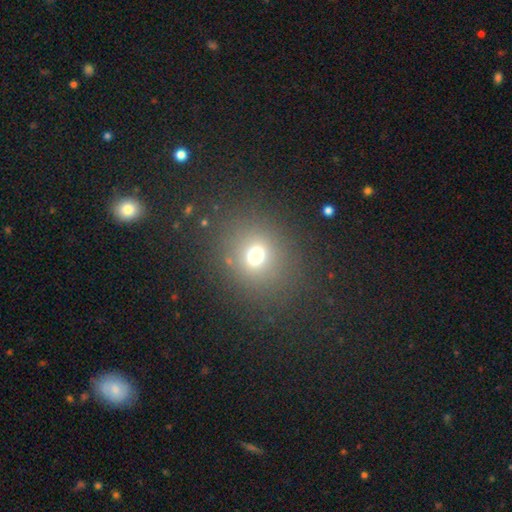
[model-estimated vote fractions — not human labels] This appears to be a smooth galaxy with no disk features (68%) that is round (83%). Merging: none (82%).